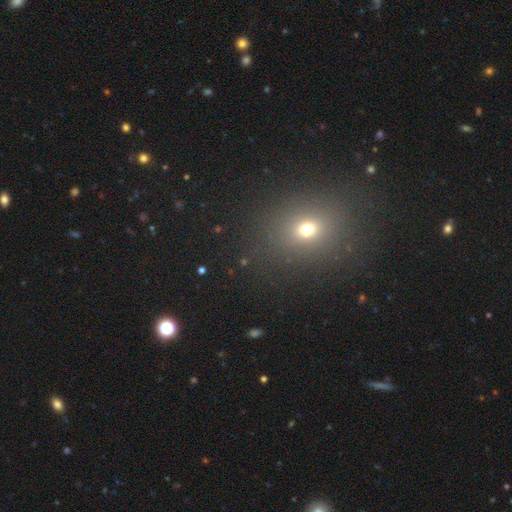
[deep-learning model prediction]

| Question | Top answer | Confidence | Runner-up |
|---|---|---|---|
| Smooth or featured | smooth | 58% | star or artifact (34%) |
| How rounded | round | 57% | in between (41%) |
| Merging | none | 90% | minor disturbance (6%) |